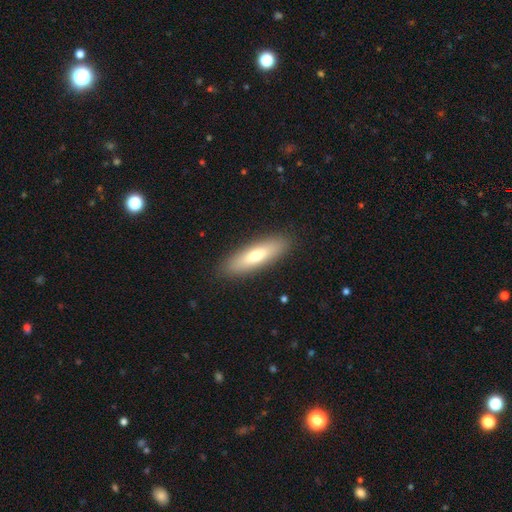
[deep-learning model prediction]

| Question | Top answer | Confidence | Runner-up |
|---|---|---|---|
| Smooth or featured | smooth | 69% | featured or disk (25%) |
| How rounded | cigar-shaped | 57% | in between (41%) |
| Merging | none | 89% | minor disturbance (8%) |